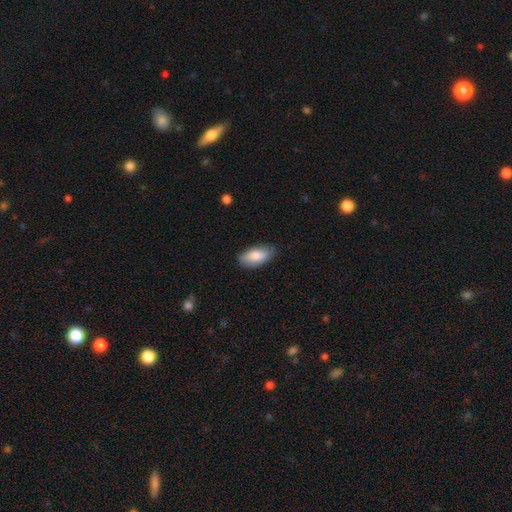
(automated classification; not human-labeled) Smooth or featured? smooth (83%)
How rounded? in between (91%)
Merging? none (83%)